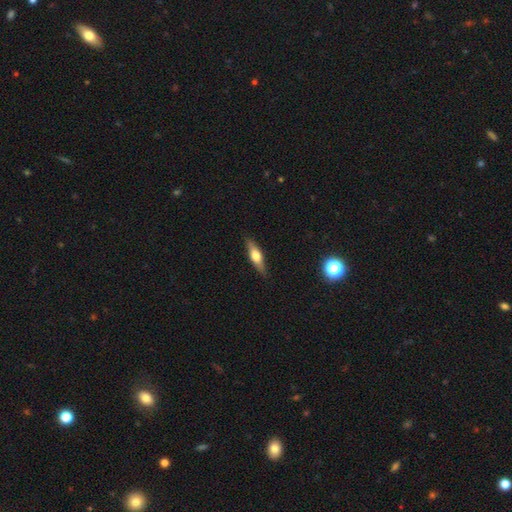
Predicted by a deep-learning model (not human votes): Q: Smooth or featured?
A: smooth (47%); runner-up: featured or disk (46%)
Q: Merging?
A: none (86%); runner-up: minor disturbance (10%)